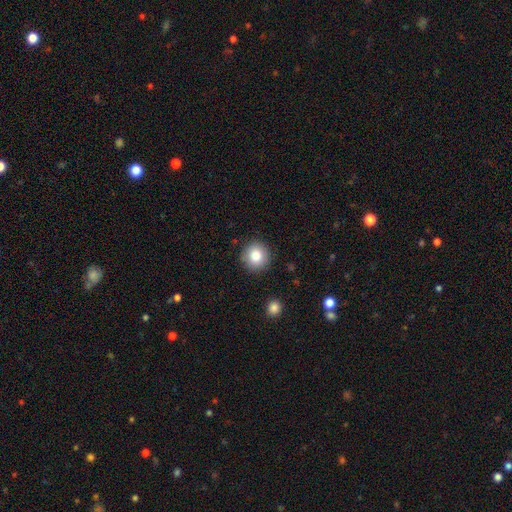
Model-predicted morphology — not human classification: A smooth galaxy with no disk features (84%) that is round (93%).

Vote fractions:
- Smooth or featured? smooth: 84% / star or artifact: 9% / featured or disk: 7%
- How rounded? round: 93% / in between: 6% / cigar-shaped: 1%
- Merging? none: 89% / minor disturbance: 7% / major disturbance: 2% / merger: 1%